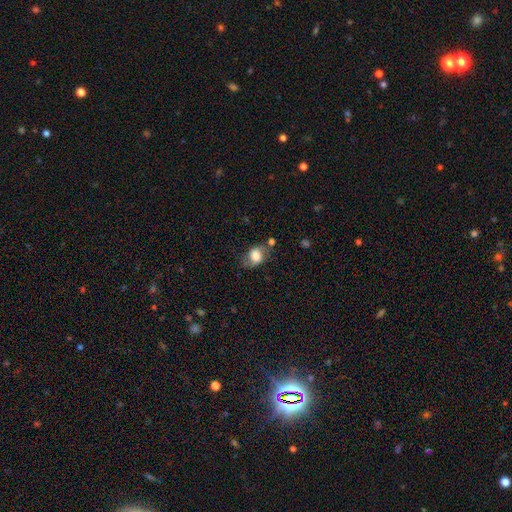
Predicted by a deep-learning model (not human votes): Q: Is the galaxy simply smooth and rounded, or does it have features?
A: smooth — 71%.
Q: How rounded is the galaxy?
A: in between — 62%.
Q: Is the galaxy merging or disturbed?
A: none — 54%.